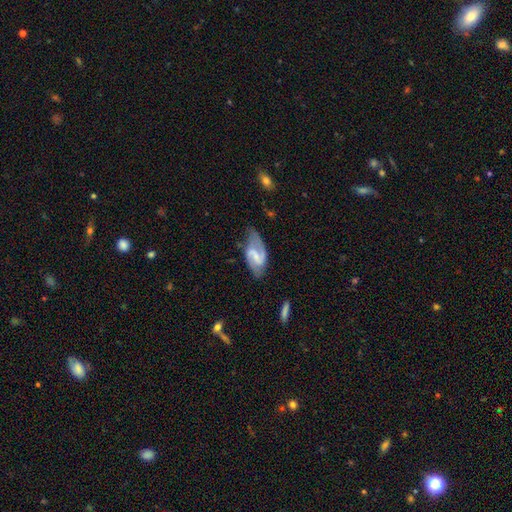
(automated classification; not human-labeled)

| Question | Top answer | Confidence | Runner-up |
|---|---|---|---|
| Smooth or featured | featured or disk | 80% | smooth (14%) |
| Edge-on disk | no | 97% | yes (3%) |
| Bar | weak | 50% | strong (35%) |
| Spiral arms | yes | 94% | no (6%) |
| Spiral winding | medium | 50% | loose (30%) |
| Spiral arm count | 2 | 87% | can't tell (5%) |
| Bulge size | small | 40% | none (32%) |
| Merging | none | 63% | minor disturbance (24%) |